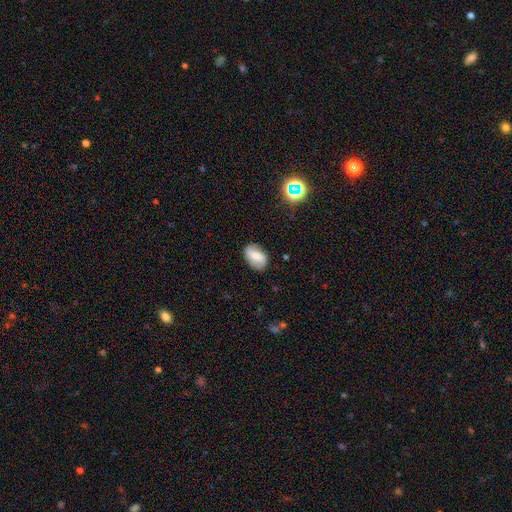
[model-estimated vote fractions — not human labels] smooth 50%, featured or disk 41%, star or artifact 9%. Down the decision tree: merging — none (77%).